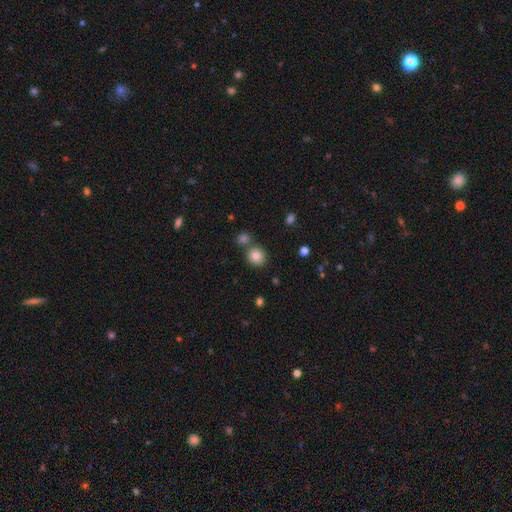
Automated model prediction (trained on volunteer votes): Smooth or featured: smooth — 83% (star or artifact — 11%)
How rounded: round — 85% (in between — 15%)
Merging: none — 70% (merger — 19%)